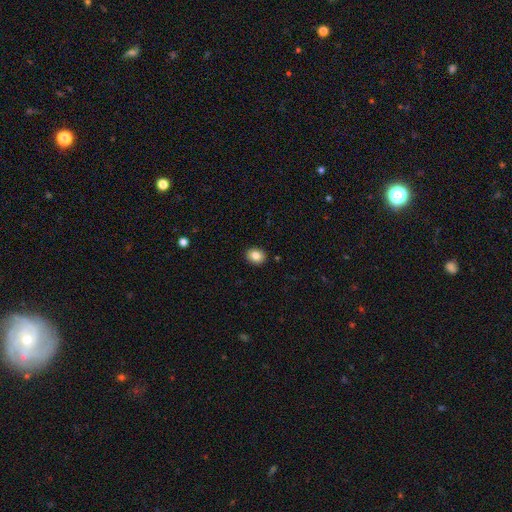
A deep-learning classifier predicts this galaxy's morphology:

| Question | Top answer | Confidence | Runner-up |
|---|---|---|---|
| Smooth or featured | smooth | 84% | star or artifact (9%) |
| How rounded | round | 50% | in between (49%) |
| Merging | none | 91% | minor disturbance (6%) |